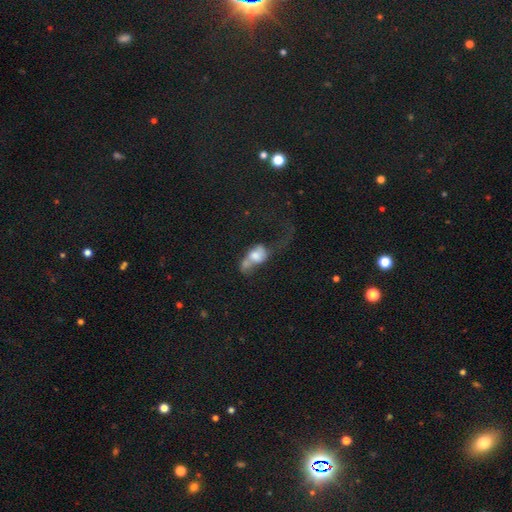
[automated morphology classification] Smooth or featured?
  - smooth: 55% *
  - featured or disk: 34%
  - star or artifact: 11%
How rounded?
  - in between: 72% *
  - round: 24%
  - cigar-shaped: 4%
Merging?
  - merger: 46% *
  - major disturbance: 32%
  - none: 13%
  - minor disturbance: 10%